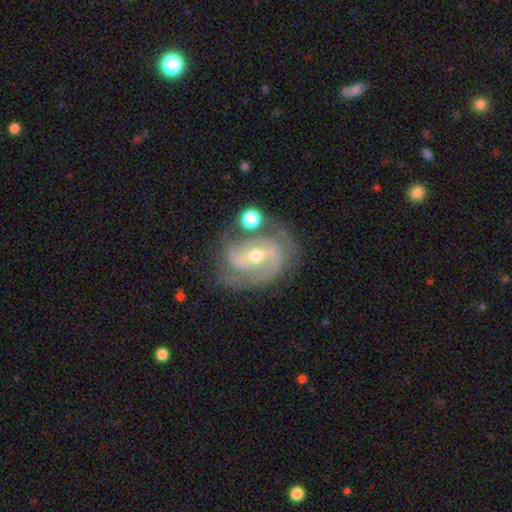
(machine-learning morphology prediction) featured or disk 86%, smooth 8%, star or artifact 6%. Down the decision tree: edge-on disk — no (97%); bar — weak (44%); spiral arms — yes (94%); spiral arm count — 2 (71%); spiral winding — medium (47%); bulge size — moderate (60%); merging — none (64%).